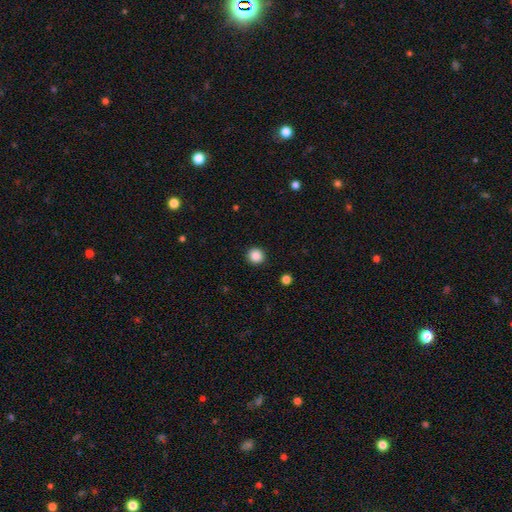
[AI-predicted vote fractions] The model was most divided on "smooth or featured": smooth: 87%, star or artifact: 10%, featured or disk: 3%. More confident: how rounded — round (94%); merging — none (92%).